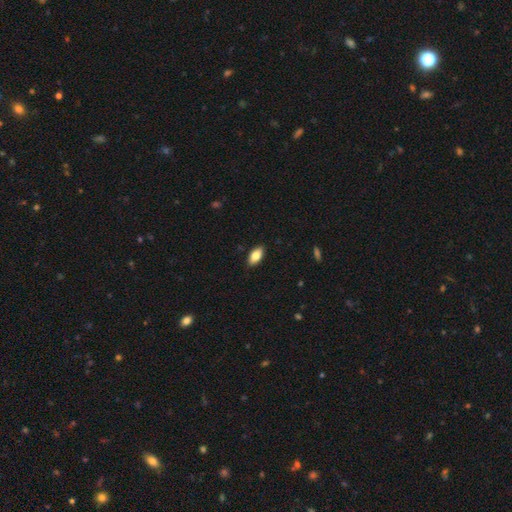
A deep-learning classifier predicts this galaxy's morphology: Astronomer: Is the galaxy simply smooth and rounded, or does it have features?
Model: smooth — 82%.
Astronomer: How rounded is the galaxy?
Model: in between — 90%.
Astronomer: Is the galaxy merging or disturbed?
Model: none — 89%.